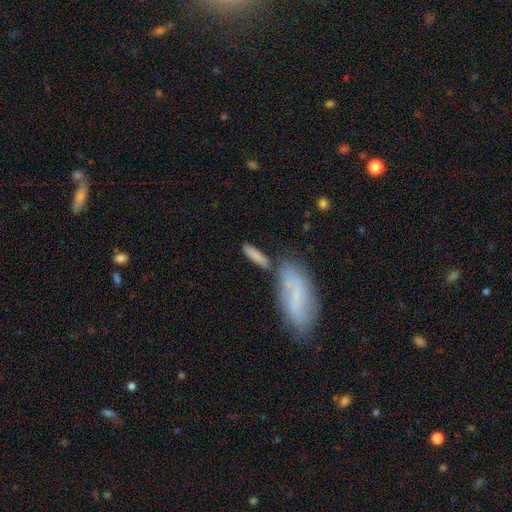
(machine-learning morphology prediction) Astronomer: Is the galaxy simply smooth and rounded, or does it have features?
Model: smooth — 80%.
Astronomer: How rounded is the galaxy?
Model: cigar-shaped — 65%.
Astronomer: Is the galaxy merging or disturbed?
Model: none — 63%.